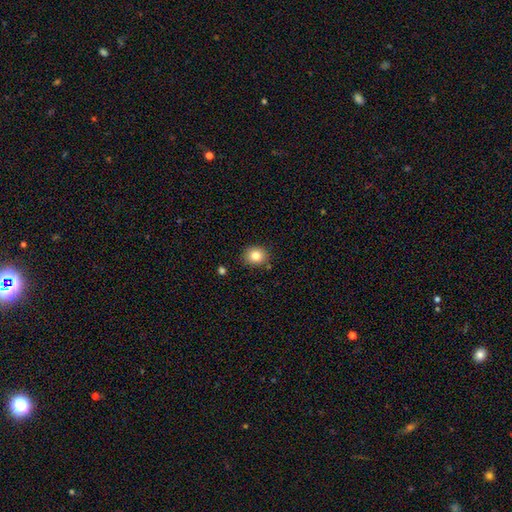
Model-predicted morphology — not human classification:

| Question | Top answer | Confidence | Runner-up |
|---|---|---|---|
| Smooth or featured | smooth | 83% | star or artifact (10%) |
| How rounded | round | 68% | in between (31%) |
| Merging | none | 84% | minor disturbance (10%) |